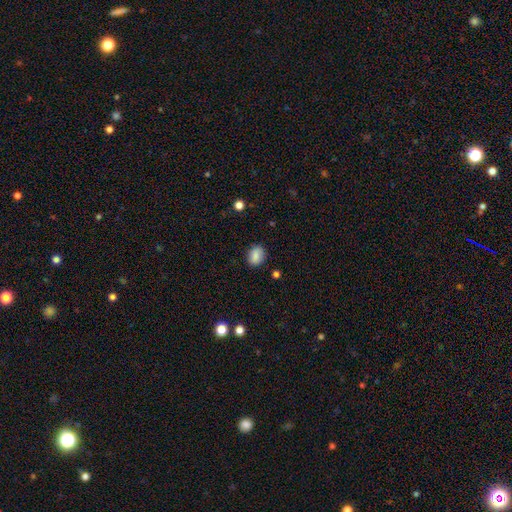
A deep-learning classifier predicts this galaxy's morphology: smooth_or_featured: smooth (p=0.86) [alt: star or artifact p=0.09]
how_rounded: in between (p=0.54) [alt: round p=0.45]
merging: none (p=0.84) [alt: minor disturbance p=0.12]